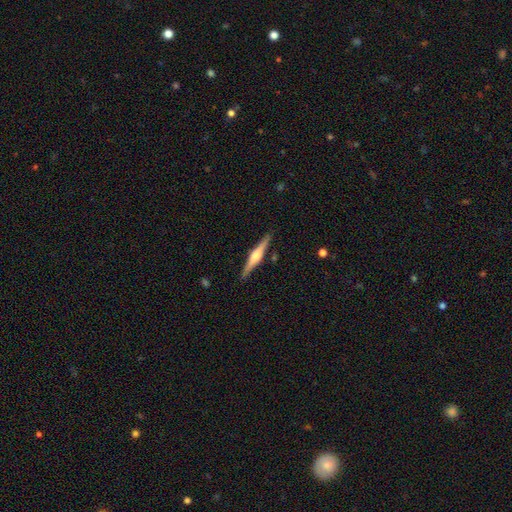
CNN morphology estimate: Smooth or featured?
  - featured or disk: 74% *
  - smooth: 21%
  - star or artifact: 5%
Edge-on disk?
  - yes: 98% *
  - no: 2%
Edge-on bulge?
  - rounded: 87% *
  - boxy: 9%
  - none: 4%
Merging?
  - none: 90% *
  - minor disturbance: 7%
  - merger: 2%
  - major disturbance: 1%